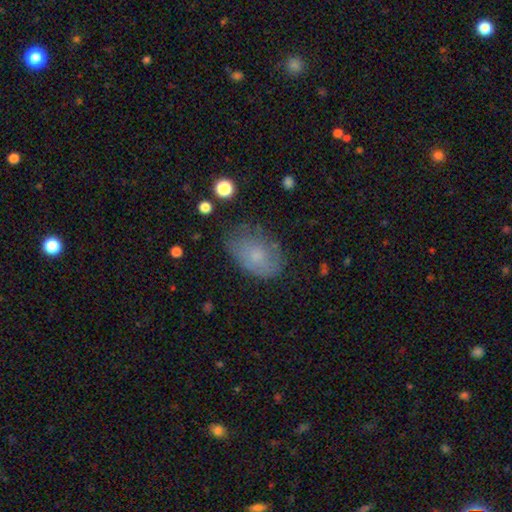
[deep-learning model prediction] A smooth galaxy with no disk features (69%) that is in between round and cigar-shaped (87%). Merging: none (60%).